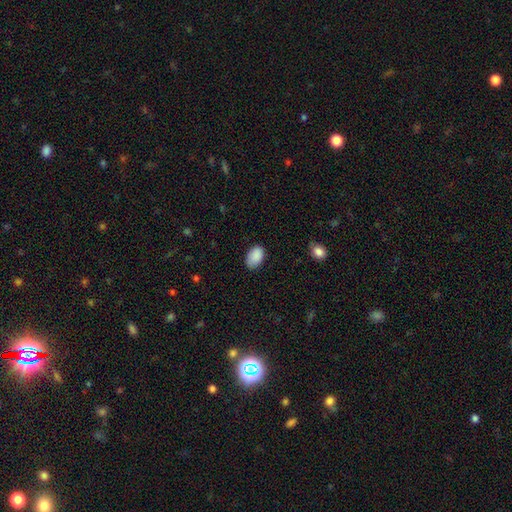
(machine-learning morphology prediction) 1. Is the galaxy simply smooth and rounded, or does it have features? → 89% smooth, 7% star or artifact, 4% featured or disk.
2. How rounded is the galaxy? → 92% in between, 7% round, 1% cigar-shaped.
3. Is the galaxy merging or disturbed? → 77% none, 19% minor disturbance, 3% major disturbance, 1% merger.